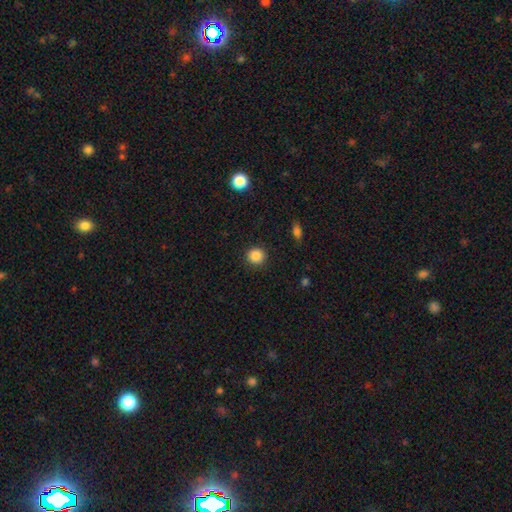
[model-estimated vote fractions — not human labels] This appears to be a smooth galaxy with no disk features (87%) that is round (94%). Merging: none (91%).